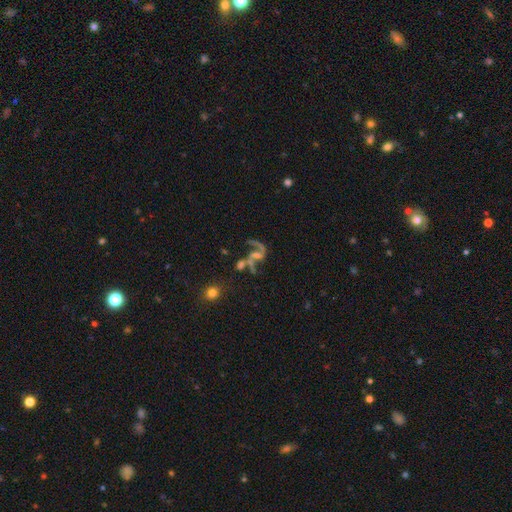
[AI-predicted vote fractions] The model was most divided on "bar": no: 43%, weak: 37%, strong: 21%. Remaining: edge-on disk — no (96%); spiral arms — yes (90%); smooth or featured — featured or disk (78%); spiral arm count — 2 (76%); spiral winding — loose (69%); bulge size — small (45%); merging — none (38%).